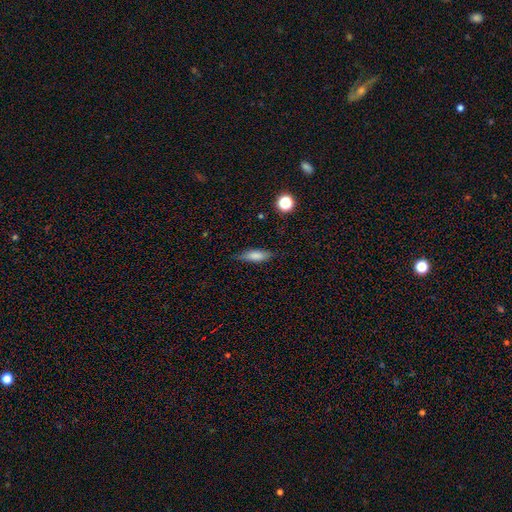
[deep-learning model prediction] This appears to be a smooth galaxy with no disk features (75%) that is in between round and cigar-shaped (50%). Merging: none (79%).